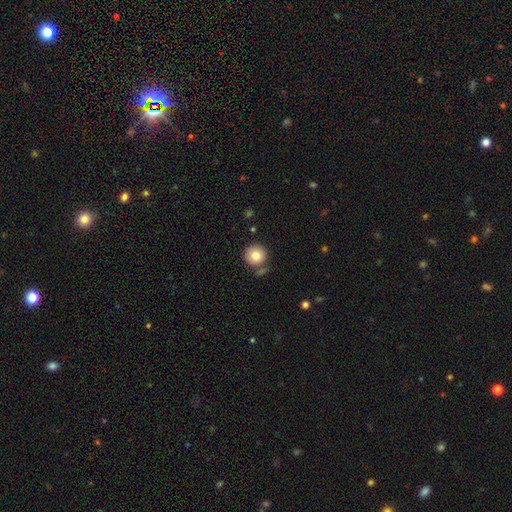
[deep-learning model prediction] Overall: smooth (81%). How rounded: round (94%). Merging: none (77%).